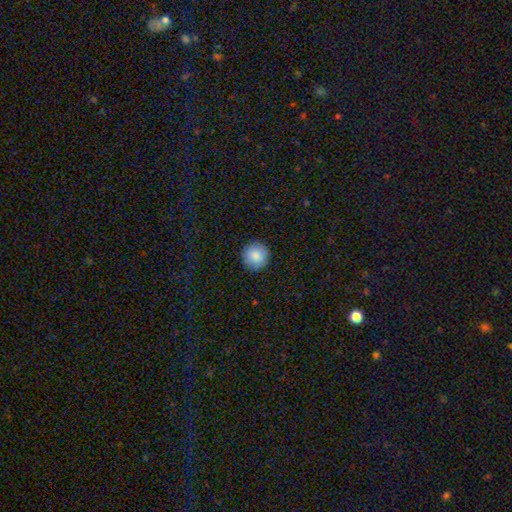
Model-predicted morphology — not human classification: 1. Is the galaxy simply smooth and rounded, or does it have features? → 88% smooth, 7% star or artifact, 5% featured or disk.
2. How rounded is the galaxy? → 96% round, 3% in between, 1% cigar-shaped.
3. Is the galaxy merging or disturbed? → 92% none, 5% minor disturbance, 2% major disturbance, 1% merger.